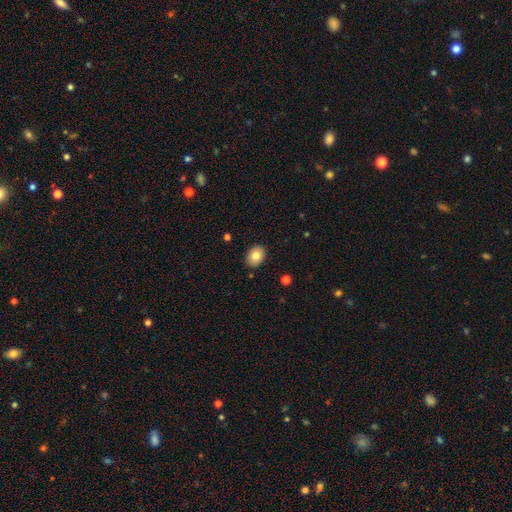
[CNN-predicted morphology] Overall: smooth (81%). How rounded: in between (63%; round 36%). Merging: none (88%).